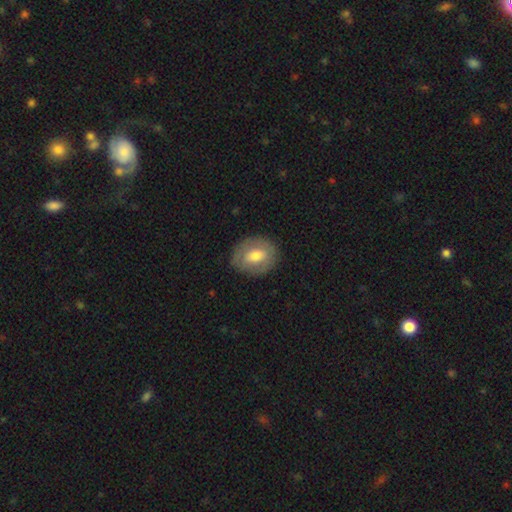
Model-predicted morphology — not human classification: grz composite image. It shows a smooth galaxy with no disk features (56%) that is in between round and cigar-shaped (50%). Merging: none (81%).